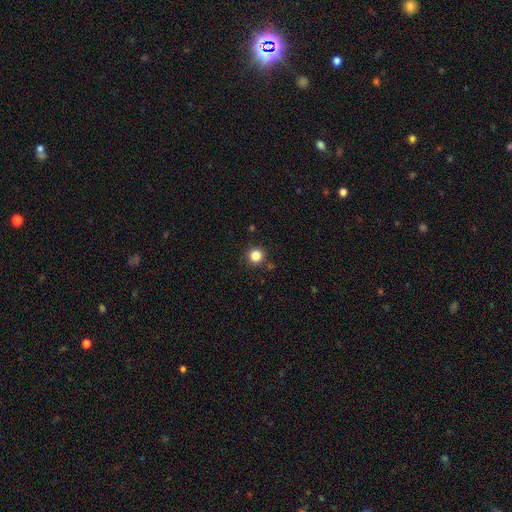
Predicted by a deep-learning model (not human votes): A smooth galaxy with no disk features (84%) that is round (95%).

Vote fractions:
- Smooth or featured? smooth: 84% / star or artifact: 12% / featured or disk: 4%
- How rounded? round: 95% / in between: 4% / cigar-shaped: 1%
- Merging? none: 88% / minor disturbance: 7% / merger: 3% / major disturbance: 2%